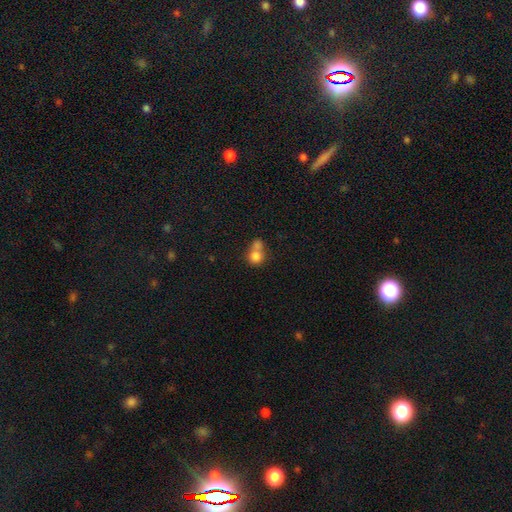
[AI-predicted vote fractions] smooth 78%, featured or disk 12%, star or artifact 10%. Down the decision tree: how rounded — round (77%); merging — merger (57%).